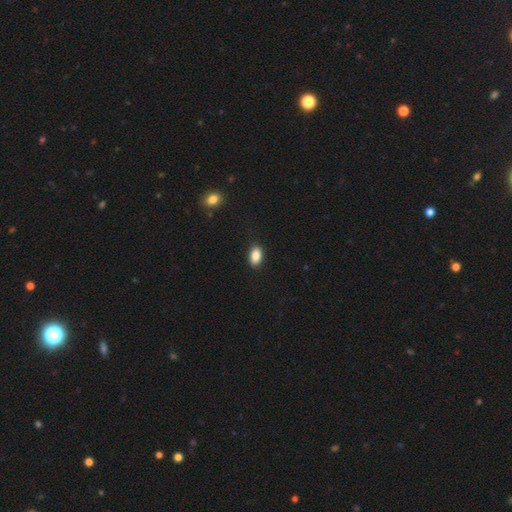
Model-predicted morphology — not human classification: smooth-or-featured: smooth: 87% | star or artifact: 8% | featured or disk: 5%
  how-rounded: in between: 91% | round: 7% | cigar-shaped: 3%
  merging: none: 89% | minor disturbance: 8% | major disturbance: 2% | merger: 1%